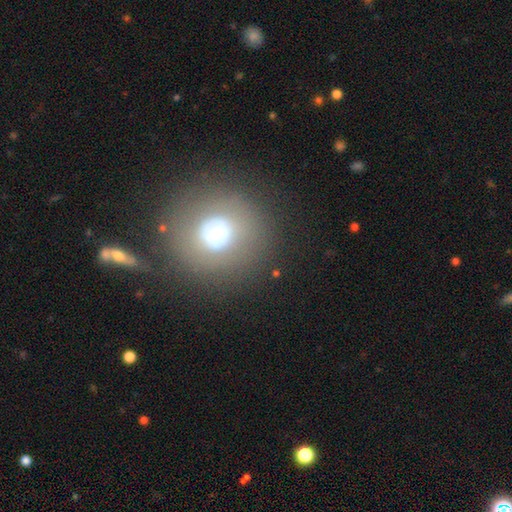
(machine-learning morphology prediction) A smooth galaxy with no disk features (60%) that is round (89%).

Vote fractions:
- Smooth or featured? smooth: 60% / featured or disk: 21% / star or artifact: 19%
- How rounded? round: 89% / in between: 9% / cigar-shaped: 1%
- Merging? none: 83% / minor disturbance: 9% / major disturbance: 4% / merger: 4%